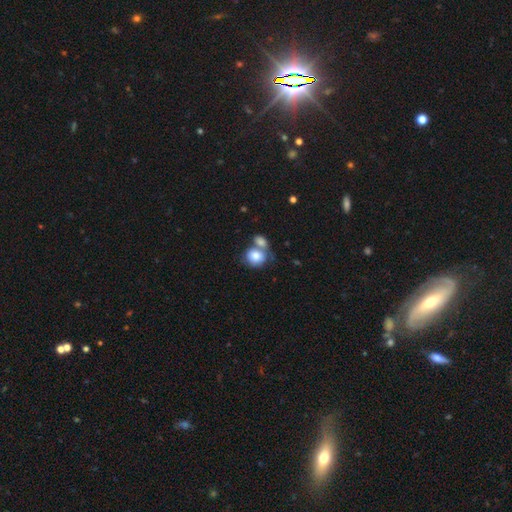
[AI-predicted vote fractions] This is likely a smooth galaxy (78%). How rounded: likely round (61%). Merging: possibly merger (56%).